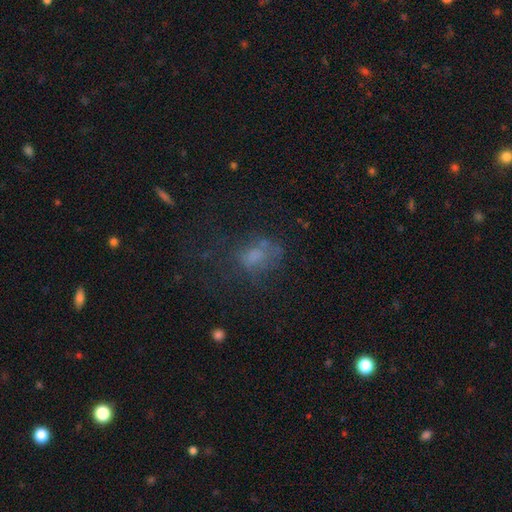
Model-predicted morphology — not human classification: Overall: smooth (49%; featured or disk 28%). Merging: none (41%; major disturbance 32%).